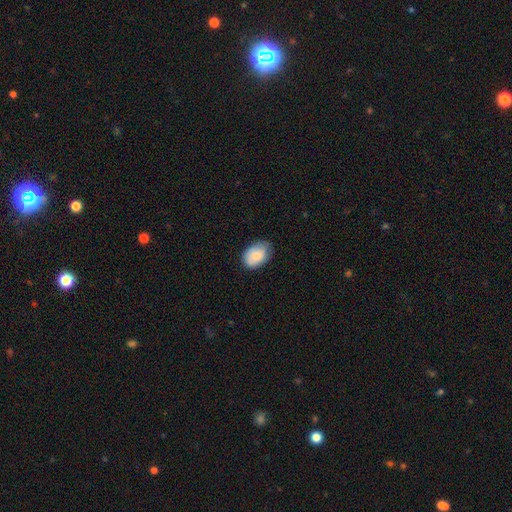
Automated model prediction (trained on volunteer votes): Smooth or featured?
  - smooth: 76% *
  - featured or disk: 17%
  - star or artifact: 7%
How rounded?
  - in between: 82% *
  - round: 17%
  - cigar-shaped: 1%
Merging?
  - none: 67% *
  - minor disturbance: 27%
  - major disturbance: 5%
  - merger: 1%